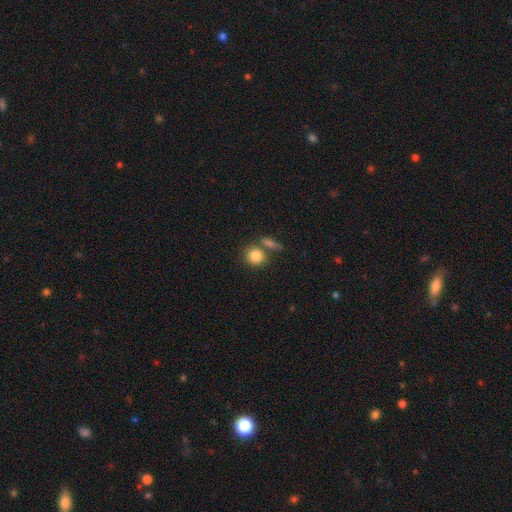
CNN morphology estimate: Smooth or featured?
  - smooth: 84% *
  - star or artifact: 8%
  - featured or disk: 8%
How rounded?
  - round: 82% *
  - in between: 17%
  - cigar-shaped: 2%
Merging?
  - none: 60% *
  - merger: 25%
  - minor disturbance: 11%
  - major disturbance: 4%